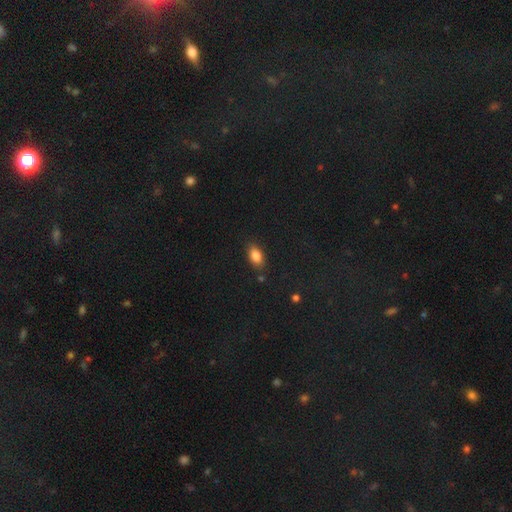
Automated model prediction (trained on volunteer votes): A smooth galaxy with no disk features (83%) that is in between round and cigar-shaped (88%). Merging: none (82%).